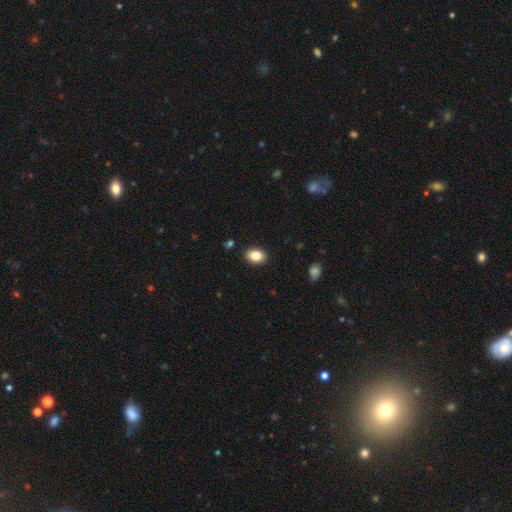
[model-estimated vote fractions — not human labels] Overall: smooth (84%). How rounded: in between (74%). Merging: none (89%).